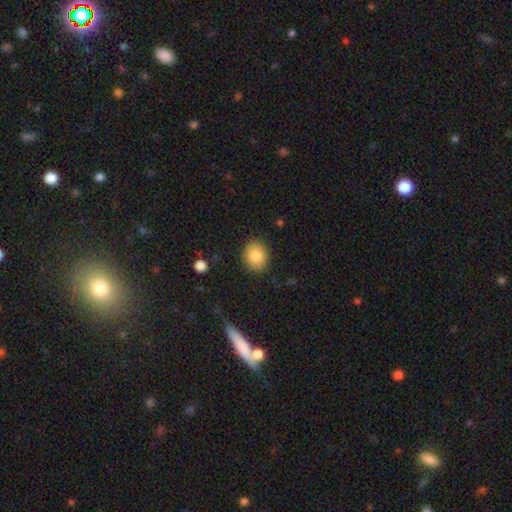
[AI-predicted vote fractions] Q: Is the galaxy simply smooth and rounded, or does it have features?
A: smooth — 83%.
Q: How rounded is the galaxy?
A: round — 57%.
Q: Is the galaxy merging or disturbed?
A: none — 87%.